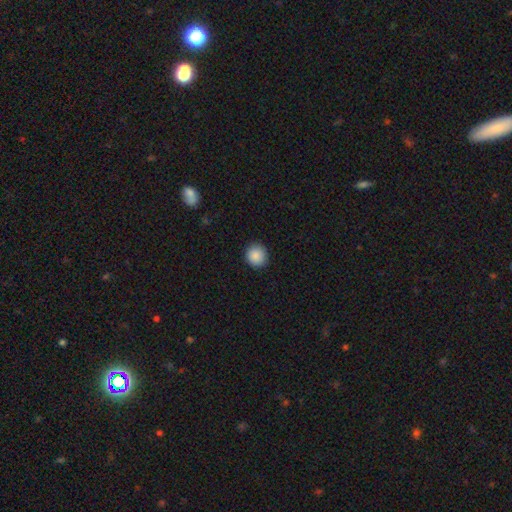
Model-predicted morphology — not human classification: Smooth or featured?
  - smooth: 89% *
  - star or artifact: 8%
  - featured or disk: 3%
How rounded?
  - round: 92% *
  - in between: 7%
  - cigar-shaped: 1%
Merging?
  - none: 91% *
  - minor disturbance: 6%
  - major disturbance: 2%
  - merger: 1%